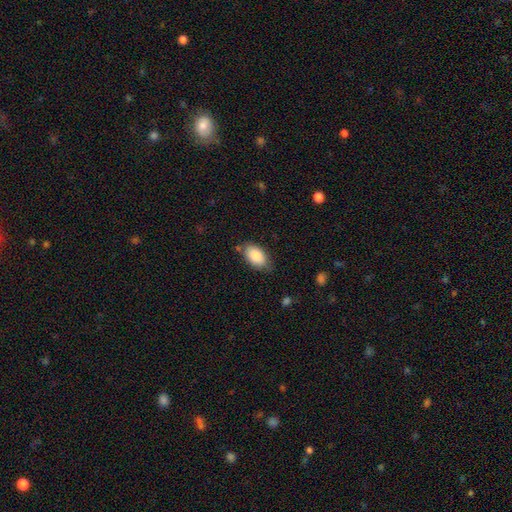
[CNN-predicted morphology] The model was most divided on "merging": none: 76%, minor disturbance: 18%, major disturbance: 4%, merger: 3%. More confident: how rounded — in between (94%); smooth or featured — smooth (87%).